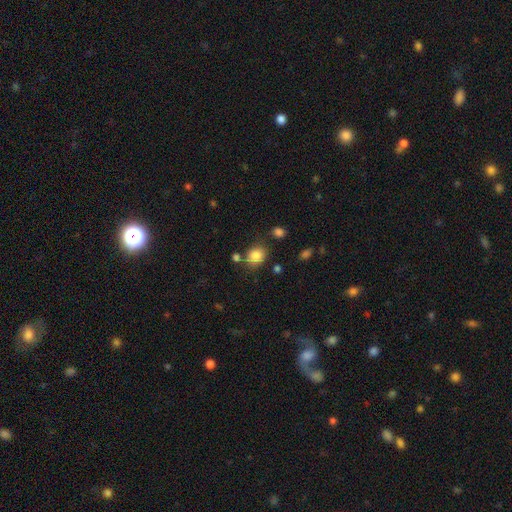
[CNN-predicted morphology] This appears to be a smooth galaxy with no disk features (84%) that is round (59%). Merging: none (70%).